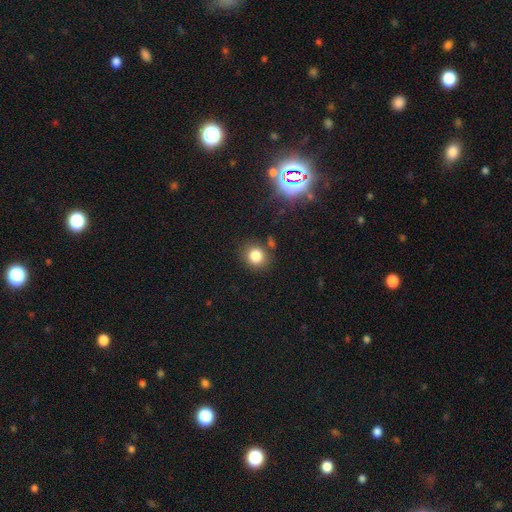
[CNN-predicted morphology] This is clearly a smooth galaxy (81%). How rounded: likely round (79%). Merging: likely none (80%).